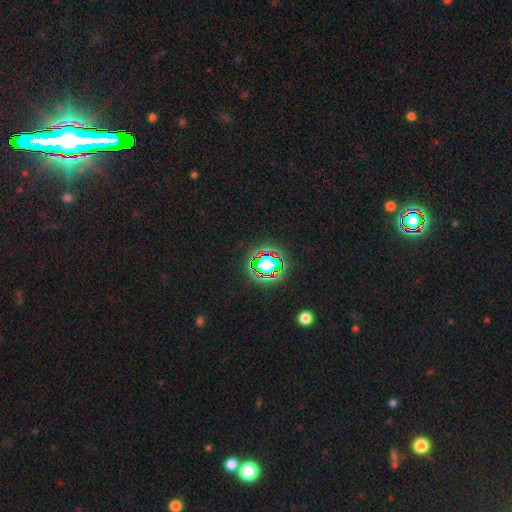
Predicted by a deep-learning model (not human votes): Overall: star or artifact (79%).